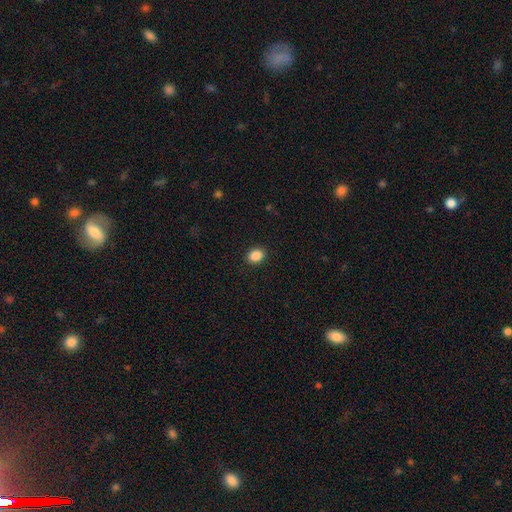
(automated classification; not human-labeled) smooth-or-featured: smooth: 88% | star or artifact: 9% | featured or disk: 3%
  how-rounded: in between: 55% | round: 44% | cigar-shaped: 1%
  merging: none: 91% | minor disturbance: 6% | major disturbance: 2% | merger: 1%